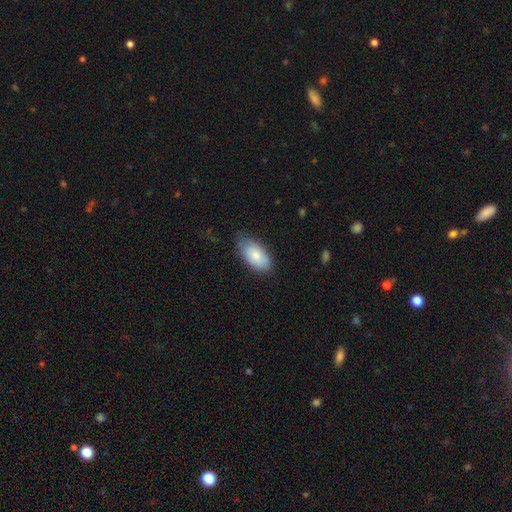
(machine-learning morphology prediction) smooth_or_featured: smooth (p=0.80) [alt: featured or disk p=0.14]
how_rounded: in between (p=0.94) [alt: cigar-shaped p=0.03]
merging: none (p=0.67) [alt: minor disturbance p=0.27]